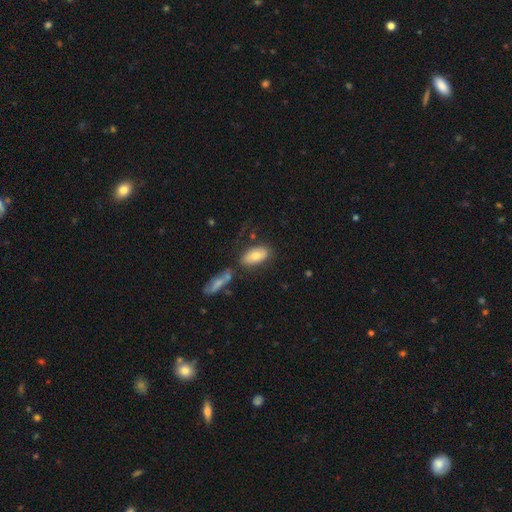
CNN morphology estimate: This appears to be a smooth galaxy with no disk features (71%) that is in between round and cigar-shaped (89%). Merging: none (66%).